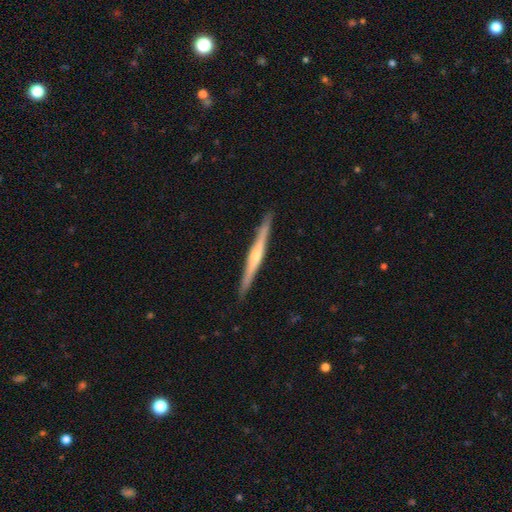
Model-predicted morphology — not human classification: A featured or disk galaxy (76%) viewed edge-on (98%) with a rounded central bulge (76%). Merging: none (92%).